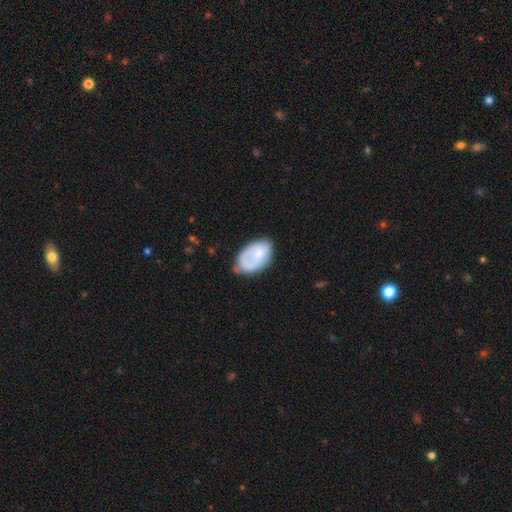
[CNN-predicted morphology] This appears to be a smooth galaxy with no disk features (59%) that is in between round and cigar-shaped (90%). Merging: none (52%).